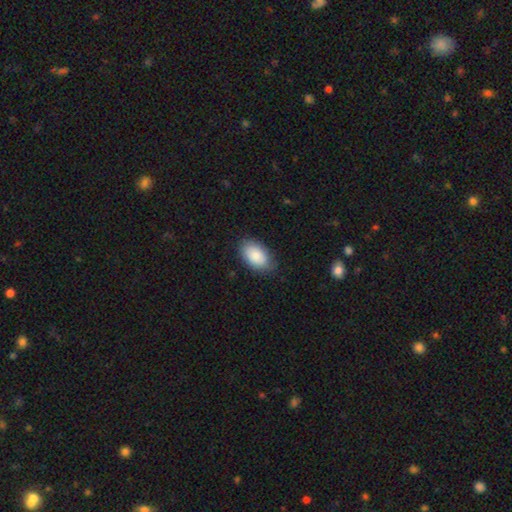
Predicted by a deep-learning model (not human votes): Q: Smooth or featured?
A: smooth (85%); runner-up: featured or disk (8%)
Q: How rounded?
A: in between (92%); runner-up: round (7%)
Q: Merging?
A: none (82%); runner-up: minor disturbance (14%)